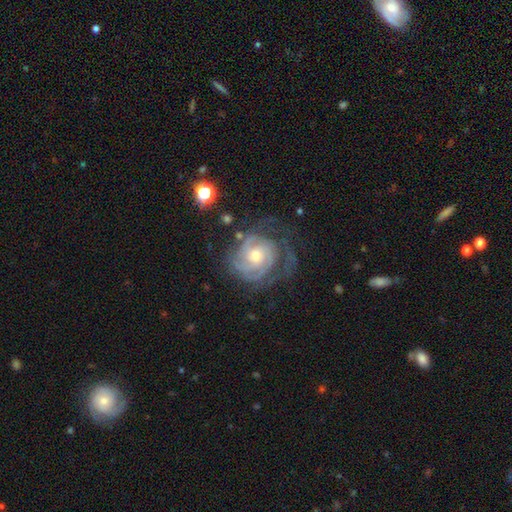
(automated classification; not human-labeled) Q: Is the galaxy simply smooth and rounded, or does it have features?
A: featured or disk — 87%.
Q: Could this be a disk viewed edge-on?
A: no — 98%.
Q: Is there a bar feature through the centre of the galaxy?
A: no — 72%.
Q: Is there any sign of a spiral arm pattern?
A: yes — 95%.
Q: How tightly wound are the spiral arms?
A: tight — 70%.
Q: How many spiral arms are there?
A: can't tell — 30%.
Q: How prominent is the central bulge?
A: moderate — 56%.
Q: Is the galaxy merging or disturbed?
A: none — 59%.